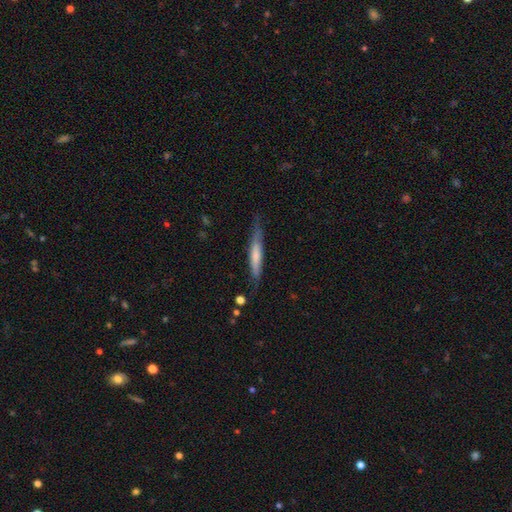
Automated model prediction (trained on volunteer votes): Smooth or featured? smooth (55%)
How rounded? cigar-shaped (92%)
Merging? none (71%)